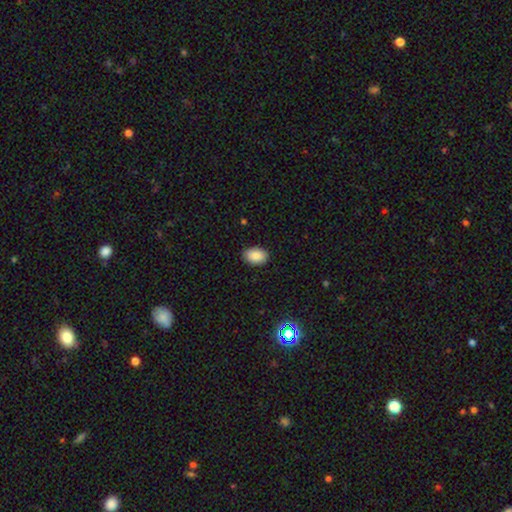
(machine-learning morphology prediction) Overall: smooth (86%). How rounded: in between (85%). Merging: none (88%).